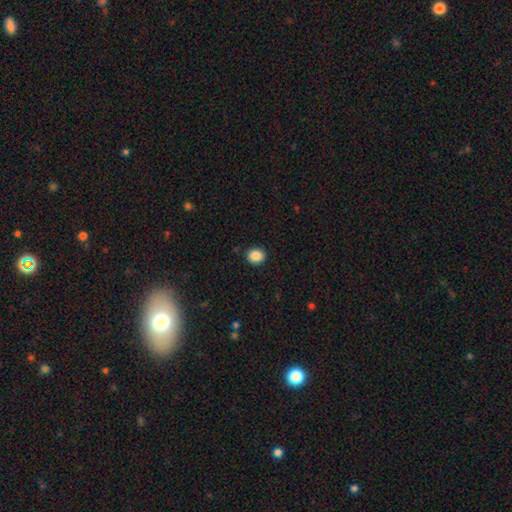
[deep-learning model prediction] Smooth or featured? Predicted: smooth (p=0.87). How rounded? Predicted: round (p=0.78). Merging? Predicted: none (p=0.91).